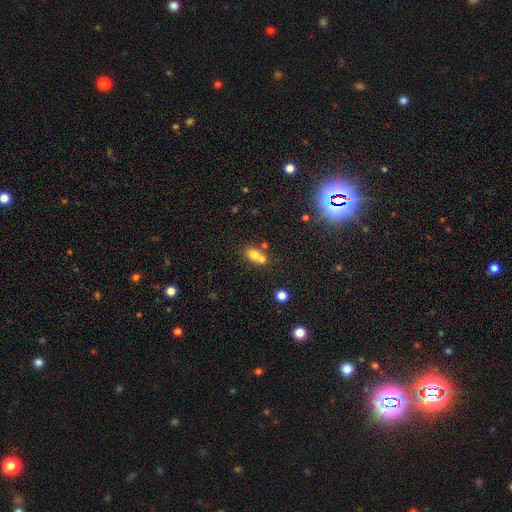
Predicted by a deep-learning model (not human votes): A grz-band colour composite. It shows a smooth galaxy with no disk features (72%) that is in between round and cigar-shaped (66%). Merging: merger (53%).